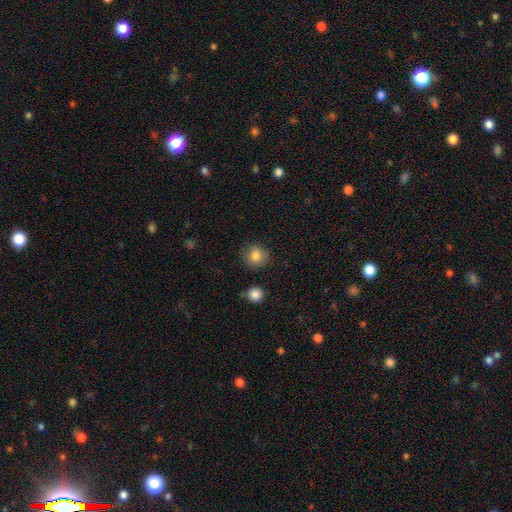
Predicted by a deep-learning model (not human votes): This is clearly a smooth galaxy (84%). How rounded: clearly round (85%). Merging: clearly none (83%).